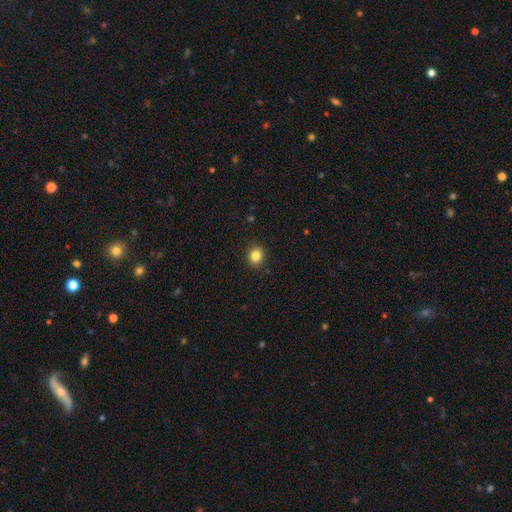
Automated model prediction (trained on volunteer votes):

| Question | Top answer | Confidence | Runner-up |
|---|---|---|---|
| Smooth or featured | smooth | 84% | star or artifact (11%) |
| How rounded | round | 73% | in between (26%) |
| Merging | none | 90% | minor disturbance (7%) |